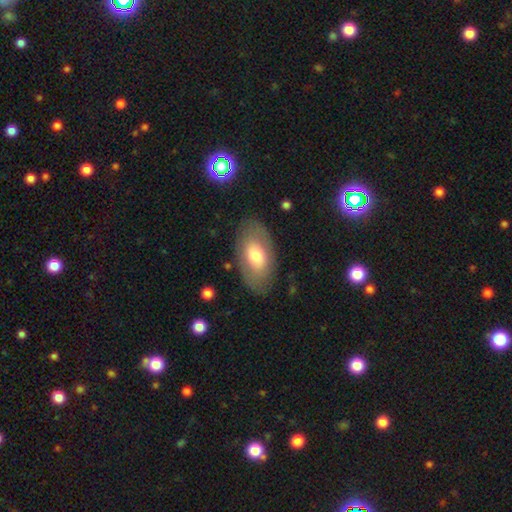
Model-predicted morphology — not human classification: smooth 63%, featured or disk 31%, star or artifact 6%. Down the decision tree: how rounded — in between (93%); merging — none (80%).